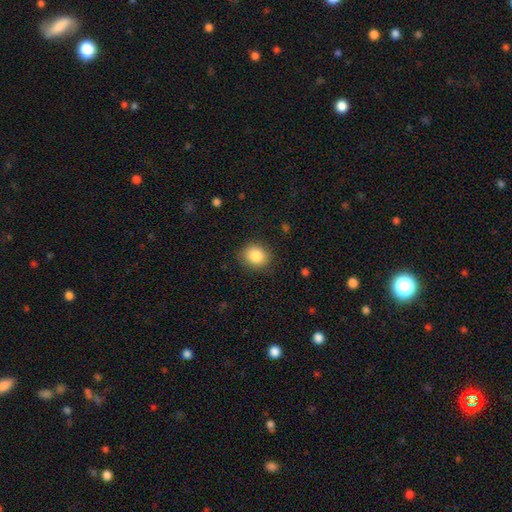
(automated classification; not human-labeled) Smooth or featured?
  - smooth: 86% *
  - star or artifact: 9%
  - featured or disk: 5%
How rounded?
  - round: 73% *
  - in between: 26%
  - cigar-shaped: 1%
Merging?
  - none: 86% *
  - minor disturbance: 10%
  - major disturbance: 3%
  - merger: 1%